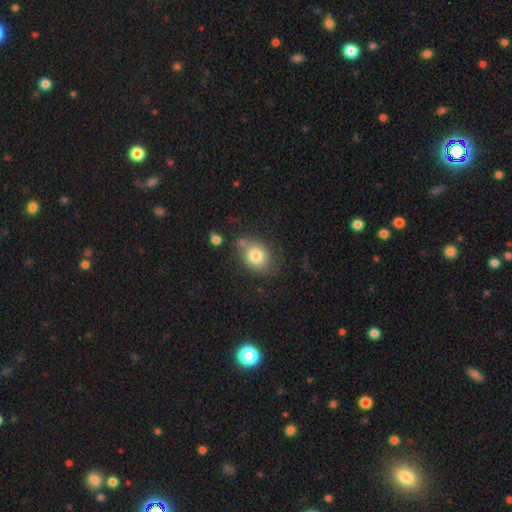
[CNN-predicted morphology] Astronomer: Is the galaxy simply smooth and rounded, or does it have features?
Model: smooth — 80%.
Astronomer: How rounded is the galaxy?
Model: in between — 53% (runner-up: round, 46%).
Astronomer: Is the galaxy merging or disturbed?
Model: none — 64%.